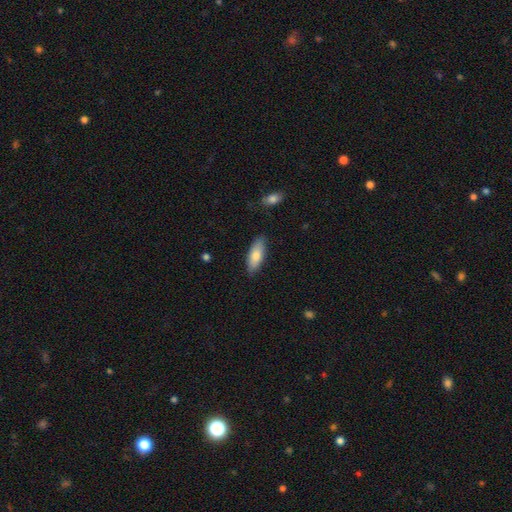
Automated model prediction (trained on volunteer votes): A smooth galaxy with no disk features (77%) that is in between round and cigar-shaped (73%). Merging: none (86%).